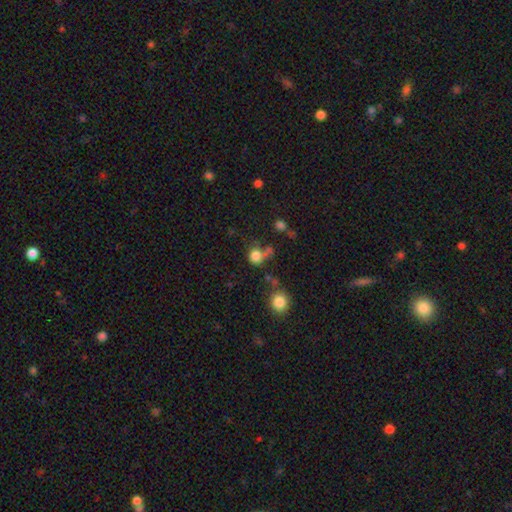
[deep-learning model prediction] Q: Smooth or featured?
A: smooth (80%); runner-up: star or artifact (13%)
Q: How rounded?
A: round (85%); runner-up: in between (14%)
Q: Merging?
A: none (59%); runner-up: merger (20%)